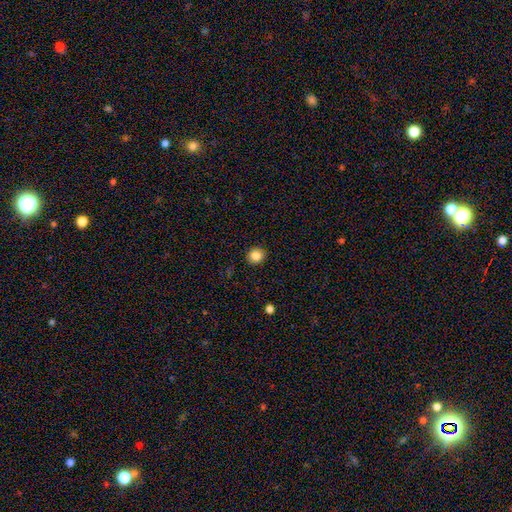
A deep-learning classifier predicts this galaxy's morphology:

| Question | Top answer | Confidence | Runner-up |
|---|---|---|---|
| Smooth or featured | smooth | 85% | star or artifact (10%) |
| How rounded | round | 88% | in between (11%) |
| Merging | none | 92% | minor disturbance (5%) |